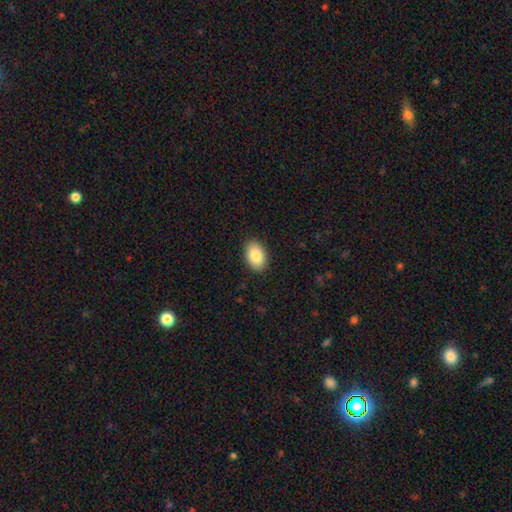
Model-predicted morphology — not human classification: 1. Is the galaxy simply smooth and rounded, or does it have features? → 86% smooth, 7% featured or disk, 7% star or artifact.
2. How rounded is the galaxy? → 89% in between, 10% round, 1% cigar-shaped.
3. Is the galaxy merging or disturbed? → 89% none, 8% minor disturbance, 2% major disturbance, 1% merger.